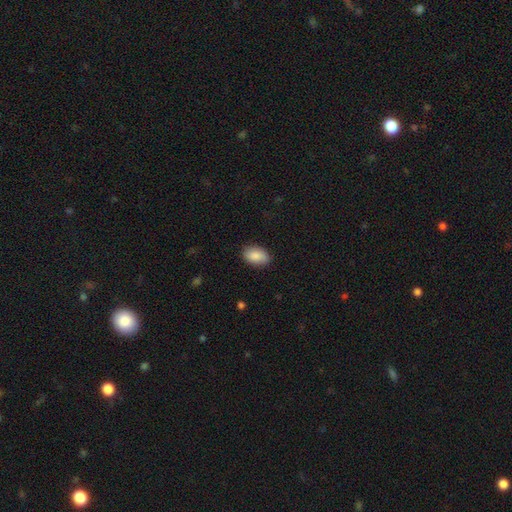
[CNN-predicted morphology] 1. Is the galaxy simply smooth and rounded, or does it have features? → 89% smooth, 6% star or artifact, 5% featured or disk.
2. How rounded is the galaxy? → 91% in between, 7% round, 1% cigar-shaped.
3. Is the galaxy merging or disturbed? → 84% none, 12% minor disturbance, 2% major disturbance, 1% merger.